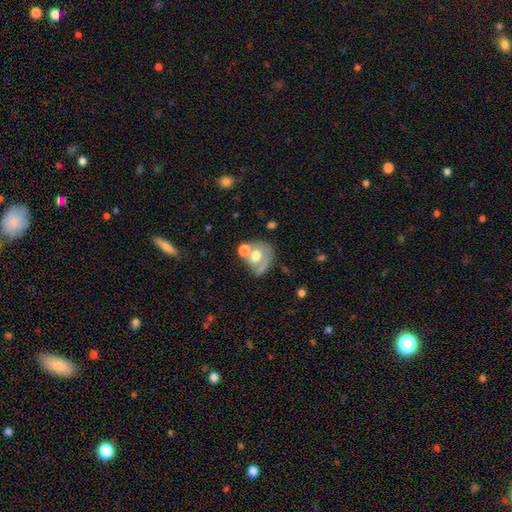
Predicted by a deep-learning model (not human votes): This appears to be a smooth galaxy with no disk features (48%). Merging: none (35%).